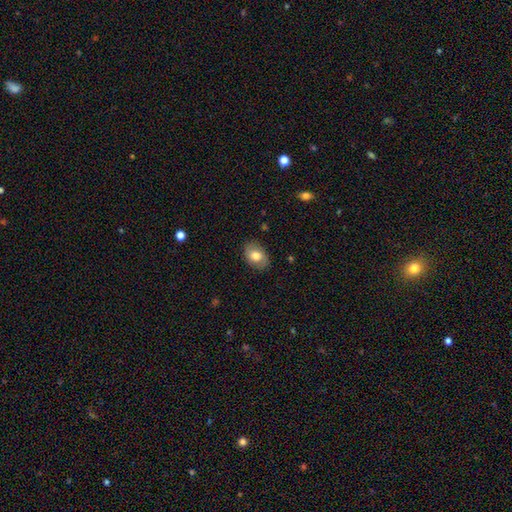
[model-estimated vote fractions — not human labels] This appears to be a smooth galaxy with no disk features (75%) that is in between round and cigar-shaped (81%). Merging: none (84%).